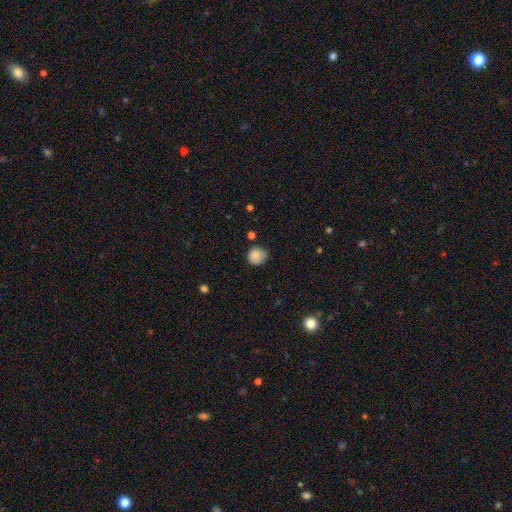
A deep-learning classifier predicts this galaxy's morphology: A smooth galaxy with no disk features (86%) that is round (88%).

Vote fractions:
- Smooth or featured? smooth: 86% / star or artifact: 9% / featured or disk: 5%
- How rounded? round: 88% / in between: 11% / cigar-shaped: 1%
- Merging? none: 71% / minor disturbance: 22% / major disturbance: 4% / merger: 3%